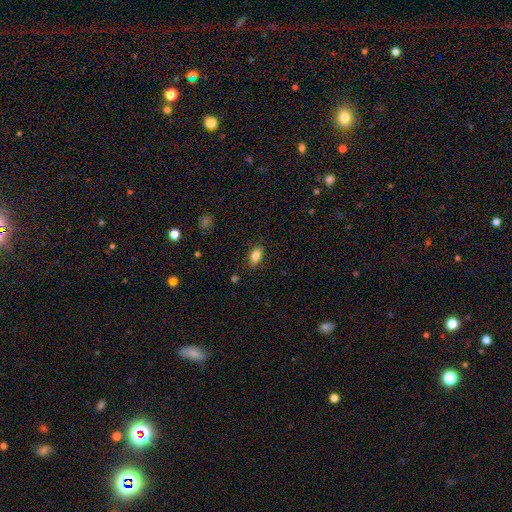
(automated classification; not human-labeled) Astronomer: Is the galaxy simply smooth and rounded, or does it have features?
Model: smooth — 84%.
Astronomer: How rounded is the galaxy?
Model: in between — 88%.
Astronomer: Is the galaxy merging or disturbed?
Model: none — 85%.